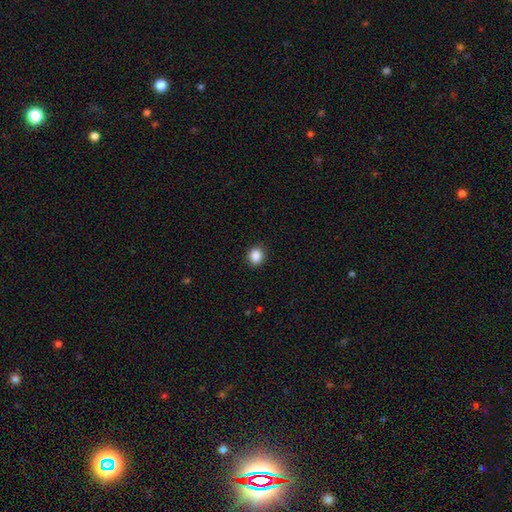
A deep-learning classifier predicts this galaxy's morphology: This appears to be a smooth galaxy with no disk features (88%) that is round (69%). Merging: none (90%).